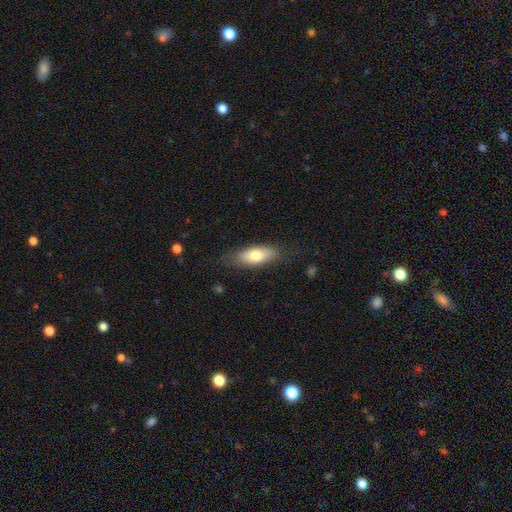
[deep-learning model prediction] The model was most divided on "smooth or featured": smooth: 71%, featured or disk: 23%, star or artifact: 6%. More confident: how rounded — in between (78%); merging — none (75%).